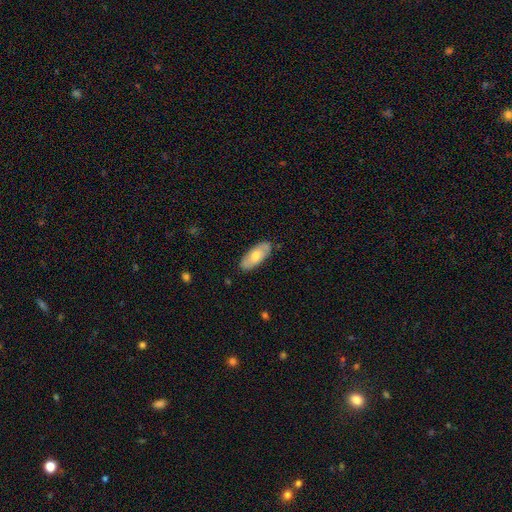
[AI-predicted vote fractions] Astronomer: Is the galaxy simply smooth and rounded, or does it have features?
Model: smooth — 62%.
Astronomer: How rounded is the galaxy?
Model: in between — 84%.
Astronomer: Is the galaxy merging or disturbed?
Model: none — 85%.